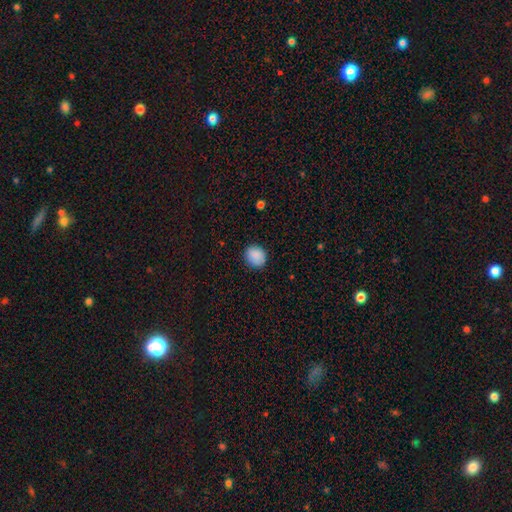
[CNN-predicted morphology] smooth 88%, star or artifact 8%, featured or disk 4%. Down the decision tree: how rounded — round (68%); merging — none (84%).